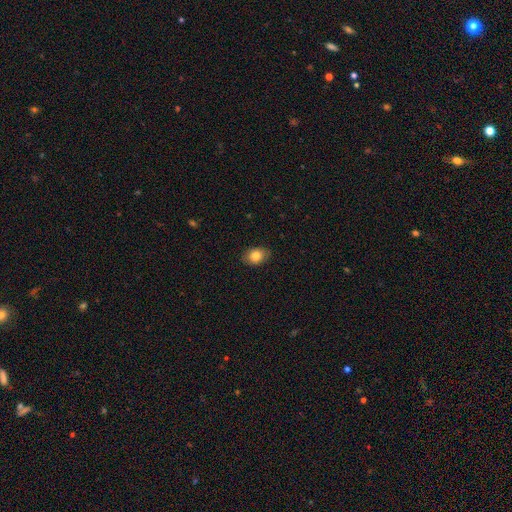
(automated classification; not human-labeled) The model was most divided on "how rounded": in between: 72%, round: 26%, cigar-shaped: 1%. More confident: merging — none (85%); smooth or featured — smooth (83%).